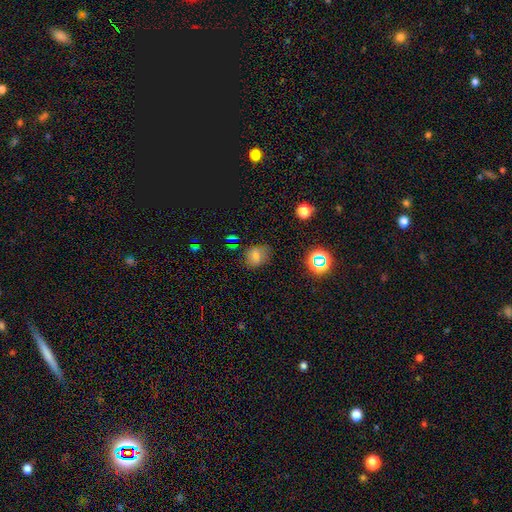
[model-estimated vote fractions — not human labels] The model was most divided on "how rounded": in between: 52%, round: 47%, cigar-shaped: 1%. More confident: merging — none (69%); smooth or featured — smooth (66%).